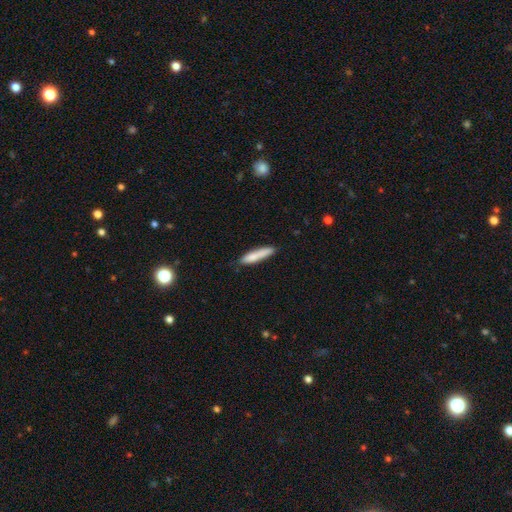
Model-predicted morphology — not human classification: Overall: smooth (82%). How rounded: cigar-shaped (86%). Merging: none (78%).